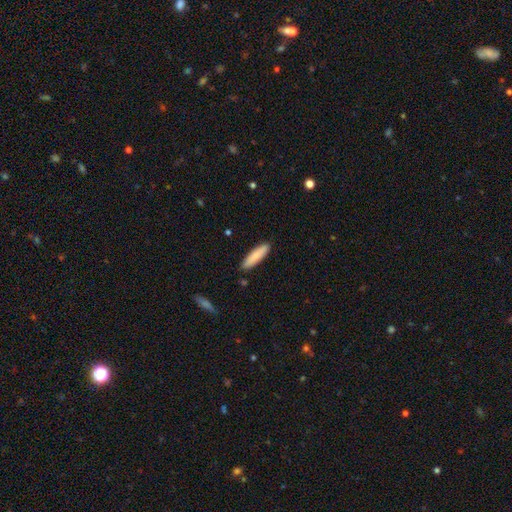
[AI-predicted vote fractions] smooth_or_featured: smooth (p=0.84) [alt: featured or disk p=0.11]
how_rounded: cigar-shaped (p=0.72) [alt: in between p=0.27]
merging: none (p=0.89) [alt: minor disturbance p=0.08]